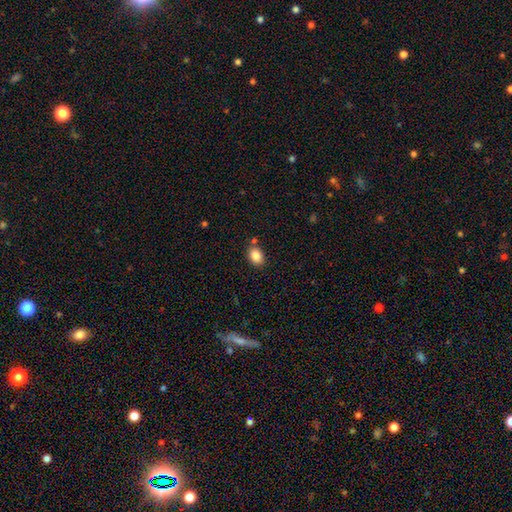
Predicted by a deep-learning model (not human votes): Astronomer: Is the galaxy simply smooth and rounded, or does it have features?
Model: smooth — 87%.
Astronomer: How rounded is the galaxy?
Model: in between — 73%.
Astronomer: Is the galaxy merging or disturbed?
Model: none — 80%.